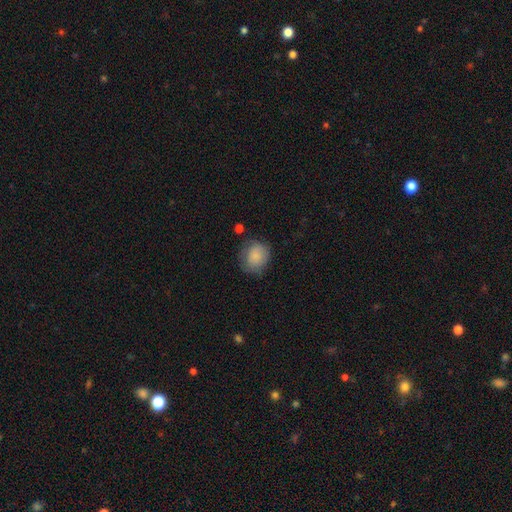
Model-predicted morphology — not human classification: Q: Smooth or featured?
A: smooth (82%); runner-up: featured or disk (10%)
Q: How rounded?
A: round (73%); runner-up: in between (26%)
Q: Merging?
A: none (64%); runner-up: minor disturbance (25%)